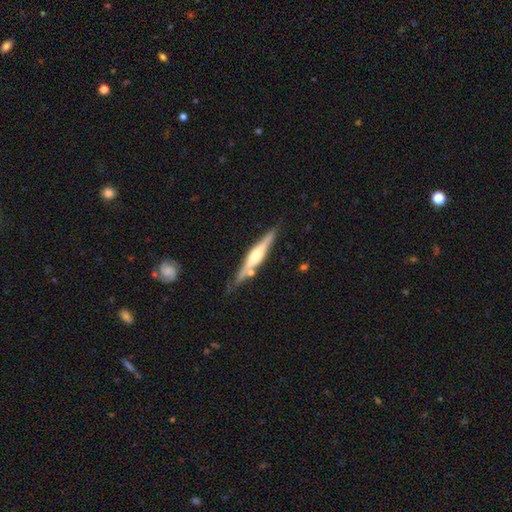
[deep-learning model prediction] smooth-or-featured: featured or disk: 68% | smooth: 27% | star or artifact: 5%
  disk-edge-on: yes: 97% | no: 3%
    edge-on-bulge: rounded: 74% | boxy: 18% | none: 8%
  merging: none: 79% | minor disturbance: 13% | merger: 6% | major disturbance: 3%